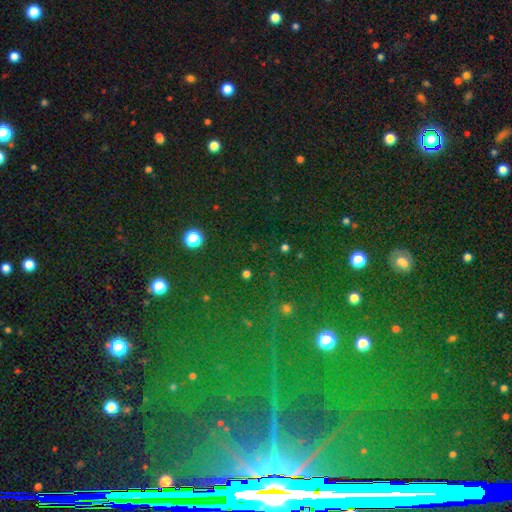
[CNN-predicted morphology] star or artifact 77%, smooth 14%, featured or disk 10%.